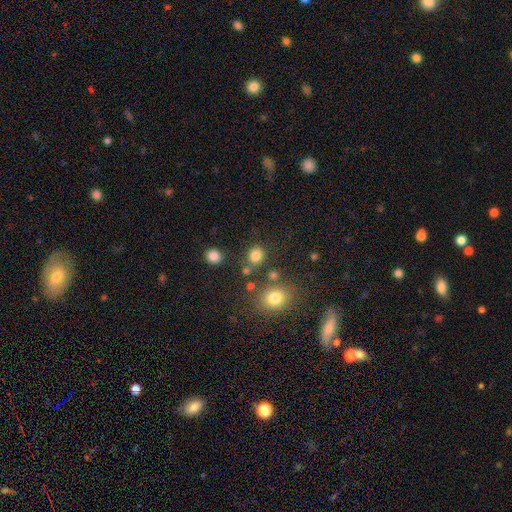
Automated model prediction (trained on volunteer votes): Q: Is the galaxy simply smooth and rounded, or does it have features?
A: smooth — 81%.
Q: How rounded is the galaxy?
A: round — 79%.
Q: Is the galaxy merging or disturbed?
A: none — 75%.